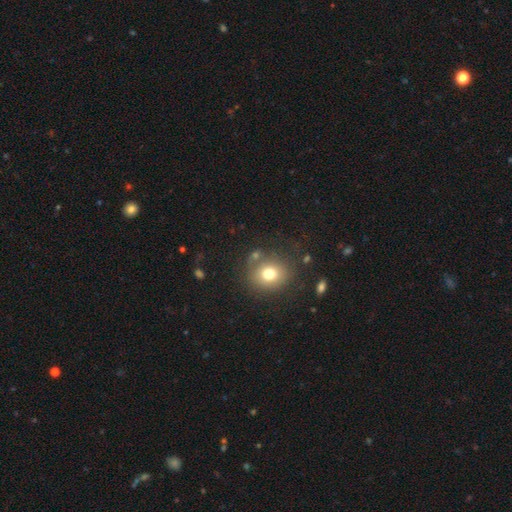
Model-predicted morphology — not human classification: Smooth or featured? Predicted: smooth (p=0.73). How rounded? Predicted: round (p=0.77). Merging? Predicted: none (p=0.76).